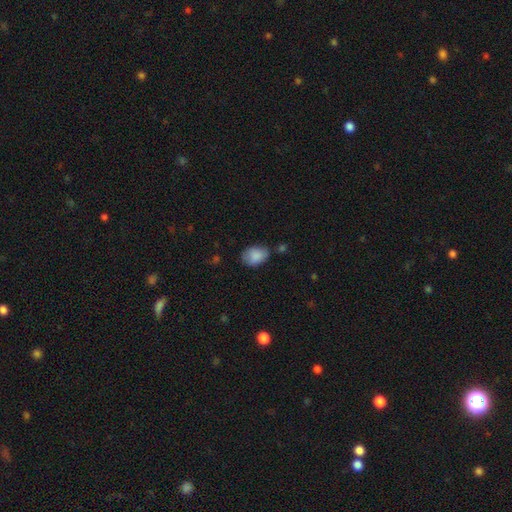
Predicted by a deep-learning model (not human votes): Overall: smooth (87%). How rounded: in between (79%). Merging: none (65%; minor disturbance 25%).